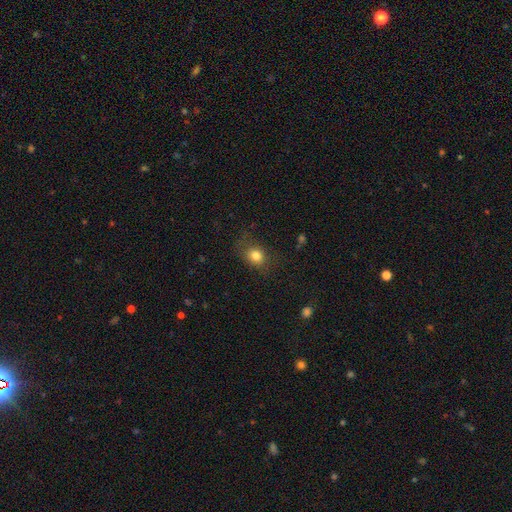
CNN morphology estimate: Smooth or featured: smooth — 80% (star or artifact — 11%)
How rounded: round — 51% (in between — 48%)
Merging: none — 71% (minor disturbance — 19%)